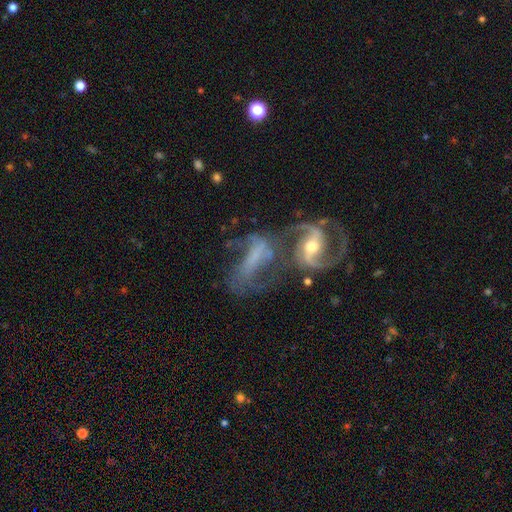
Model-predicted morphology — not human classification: Q: Smooth or featured?
A: featured or disk (77%); runner-up: smooth (14%)
Q: Edge-on disk?
A: no (94%); runner-up: yes (6%)
Q: Bar?
A: strong (38%); runner-up: weak (34%)
Q: Spiral arms?
A: yes (86%); runner-up: no (14%)
Q: Spiral winding?
A: medium (44%); runner-up: loose (37%)
Q: Spiral arm count?
A: 2 (73%); runner-up: can't tell (12%)
Q: Bulge size?
A: moderate (49%); runner-up: small (33%)
Q: Merging?
A: merger (50%); runner-up: none (20%)